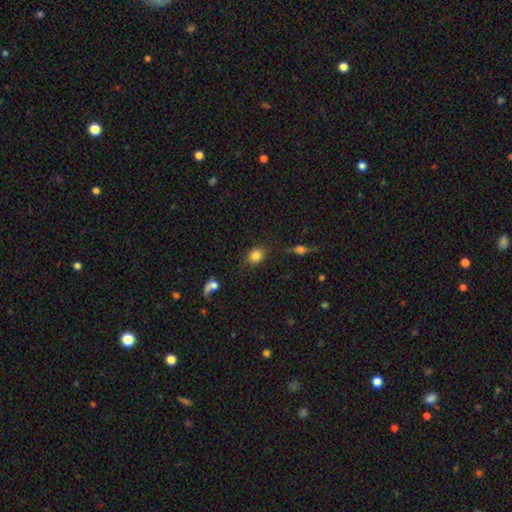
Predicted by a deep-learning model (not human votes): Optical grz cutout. It shows a smooth galaxy with no disk features (83%) that is round (61%). Merging: none (78%).